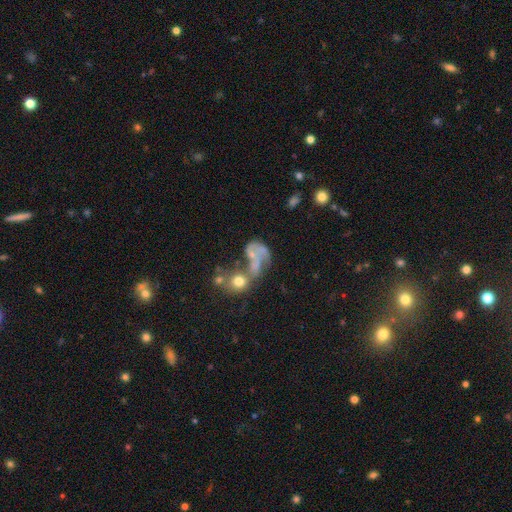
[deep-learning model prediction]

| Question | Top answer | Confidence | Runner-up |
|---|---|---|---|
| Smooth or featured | featured or disk | 49% | smooth (37%) |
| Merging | merger | 51% | major disturbance (24%) |